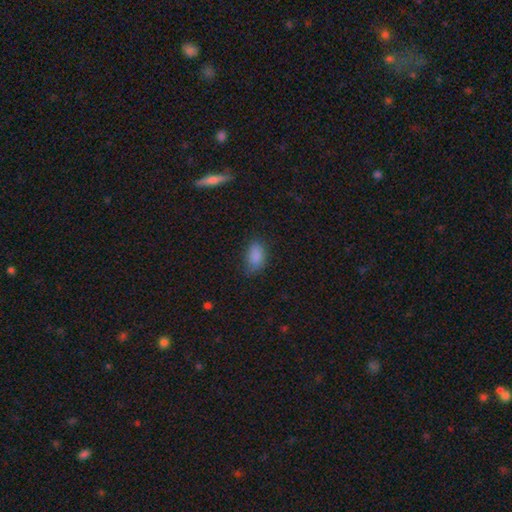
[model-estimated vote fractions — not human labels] smooth_or_featured: smooth (p=0.84) [alt: star or artifact p=0.10]
how_rounded: in between (p=0.90) [alt: round p=0.07]
merging: none (p=0.70) [alt: minor disturbance p=0.22]